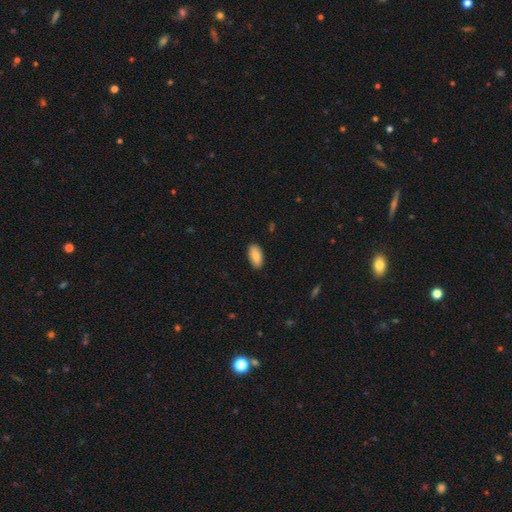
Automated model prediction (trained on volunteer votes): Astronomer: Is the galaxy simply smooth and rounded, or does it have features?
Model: smooth — 85%.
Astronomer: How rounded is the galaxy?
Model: in between — 93%.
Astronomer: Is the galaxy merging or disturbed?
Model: none — 88%.